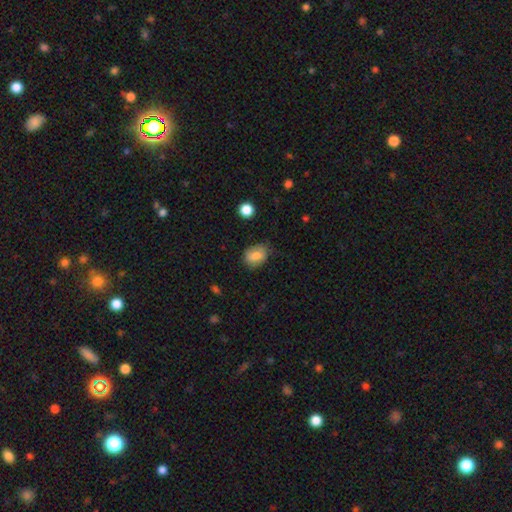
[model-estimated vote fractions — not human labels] A smooth galaxy with no disk features (79%) that is in between round and cigar-shaped (71%).

Vote fractions:
- Smooth or featured? smooth: 79% / featured or disk: 12% / star or artifact: 8%
- How rounded? in between: 71% / round: 28% / cigar-shaped: 1%
- Merging? none: 68% / minor disturbance: 25% / major disturbance: 6% / merger: 2%